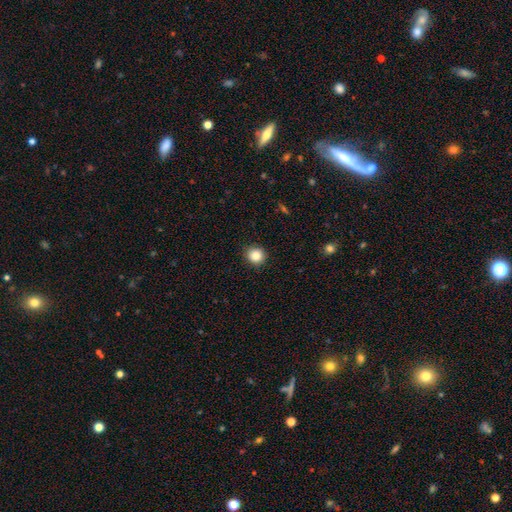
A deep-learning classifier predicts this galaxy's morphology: smooth 86%, star or artifact 10%, featured or disk 4%. Down the decision tree: how rounded — round (89%); merging — none (89%).